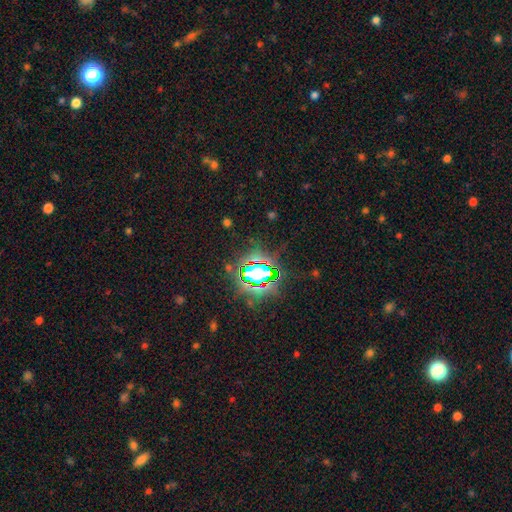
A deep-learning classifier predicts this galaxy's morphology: Smooth or featured?
  - star or artifact: 79% *
  - smooth: 13%
  - featured or disk: 8%